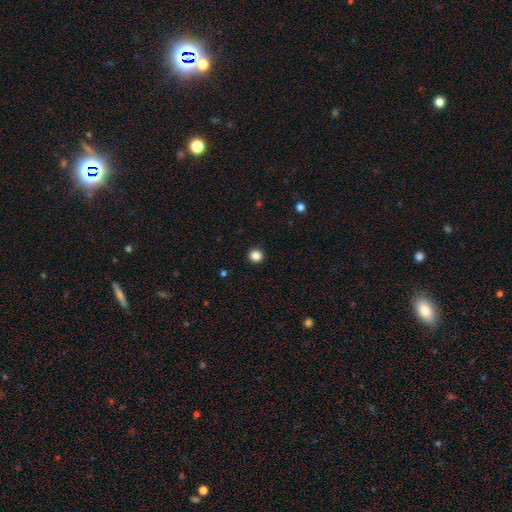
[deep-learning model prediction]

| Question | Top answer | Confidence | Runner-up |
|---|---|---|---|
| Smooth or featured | smooth | 86% | star or artifact (11%) |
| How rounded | round | 94% | in between (5%) |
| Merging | none | 93% | minor disturbance (4%) |